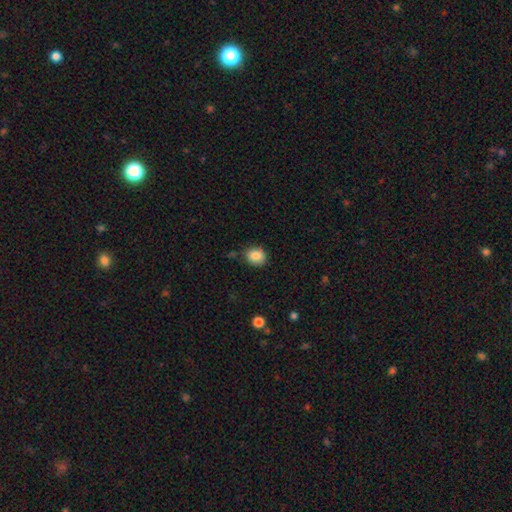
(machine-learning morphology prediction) This is clearly a smooth galaxy (86%). How rounded: likely round (65%). Merging: likely none (78%).